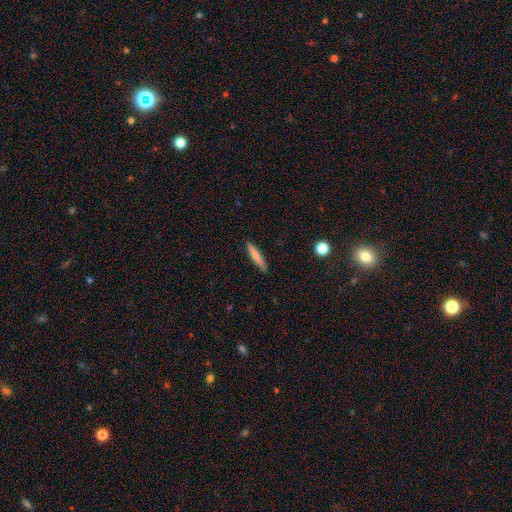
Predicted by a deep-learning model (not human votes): Morphology: type=smooth (73%); roundness=cigar-shaped (92%); merging=none (89%).